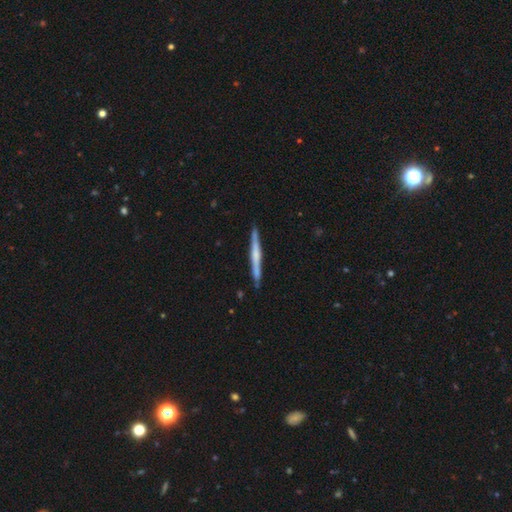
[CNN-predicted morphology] smooth-or-featured: featured or disk: 57% | smooth: 37% | star or artifact: 5%
  disk-edge-on: yes: 98% | no: 2%
    edge-on-bulge: none: 46% | rounded: 39% | boxy: 15%
  merging: none: 90% | minor disturbance: 8% | merger: 1% | major disturbance: 1%